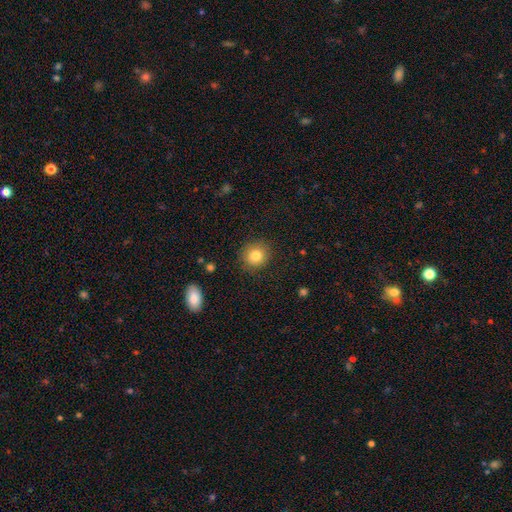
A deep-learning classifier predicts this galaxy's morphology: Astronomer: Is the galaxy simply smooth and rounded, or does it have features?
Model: smooth — 82%.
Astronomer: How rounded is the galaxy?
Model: round — 89%.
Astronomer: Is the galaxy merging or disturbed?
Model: none — 87%.